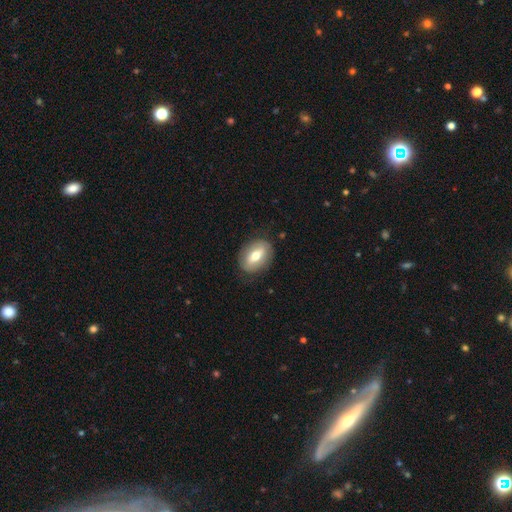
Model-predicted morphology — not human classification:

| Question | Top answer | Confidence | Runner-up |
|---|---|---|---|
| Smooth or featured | smooth | 56% | featured or disk (38%) |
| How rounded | in between | 80% | round (17%) |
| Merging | none | 83% | minor disturbance (12%) |